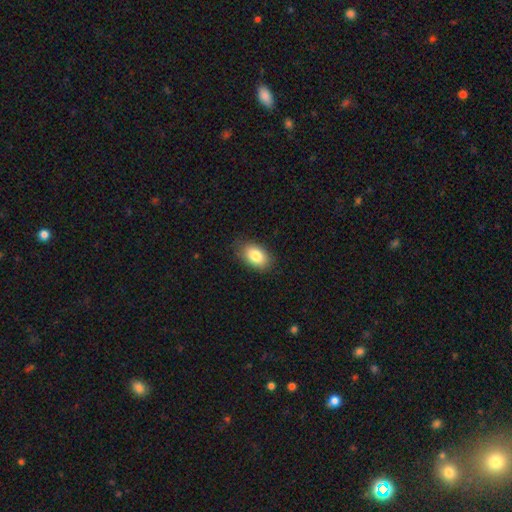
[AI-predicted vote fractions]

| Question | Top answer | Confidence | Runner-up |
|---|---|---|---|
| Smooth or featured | smooth | 84% | featured or disk (9%) |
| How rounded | in between | 90% | round (8%) |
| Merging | none | 84% | minor disturbance (12%) |